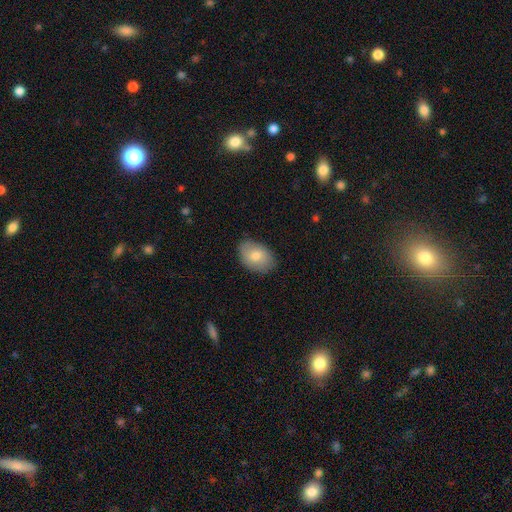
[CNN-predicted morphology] Smooth or featured: smooth — 78% (featured or disk — 15%)
How rounded: in between — 83% (round — 16%)
Merging: none — 82% (minor disturbance — 14%)